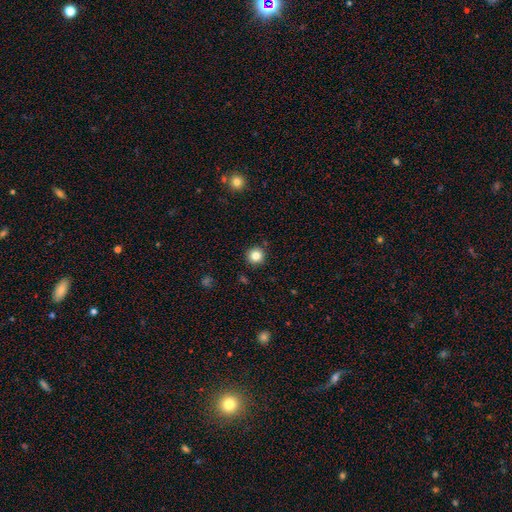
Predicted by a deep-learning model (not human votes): Q: Smooth or featured?
A: smooth (84%); runner-up: star or artifact (11%)
Q: How rounded?
A: round (95%); runner-up: in between (4%)
Q: Merging?
A: none (91%); runner-up: minor disturbance (5%)